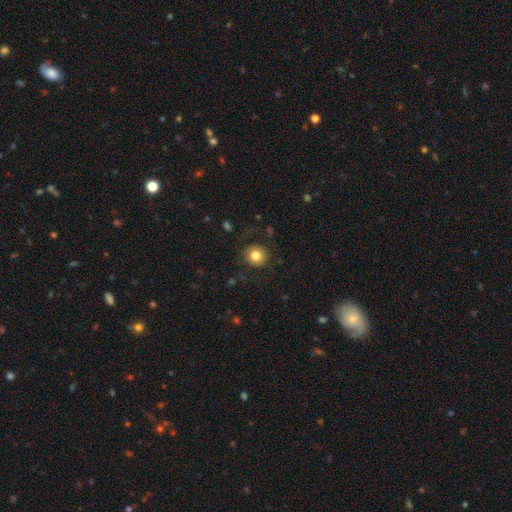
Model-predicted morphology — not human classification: Smooth or featured? Predicted: smooth (p=0.82). How rounded? Predicted: round (p=0.94). Merging? Predicted: none (p=0.87).